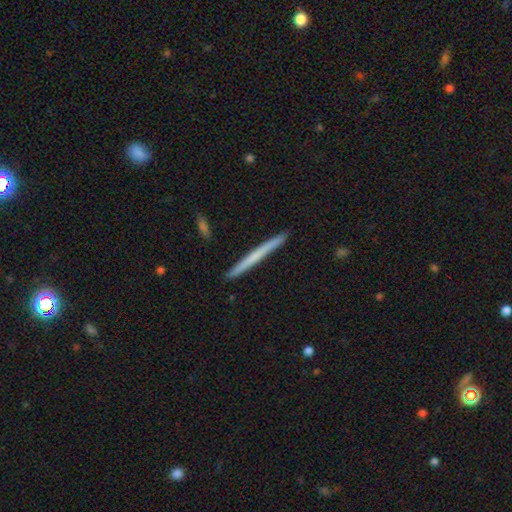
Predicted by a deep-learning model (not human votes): Smooth or featured? Predicted: smooth (p=0.51). How rounded? Predicted: cigar-shaped (p=0.97). Merging? Predicted: none (p=0.92).